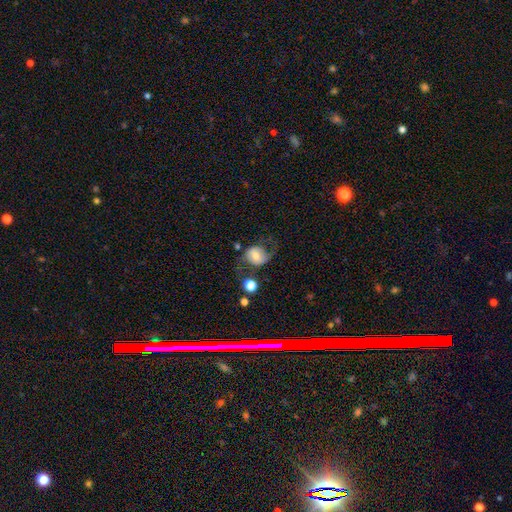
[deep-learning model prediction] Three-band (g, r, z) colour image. It shows a featured or disk galaxy (47%). Merging: none (53%).